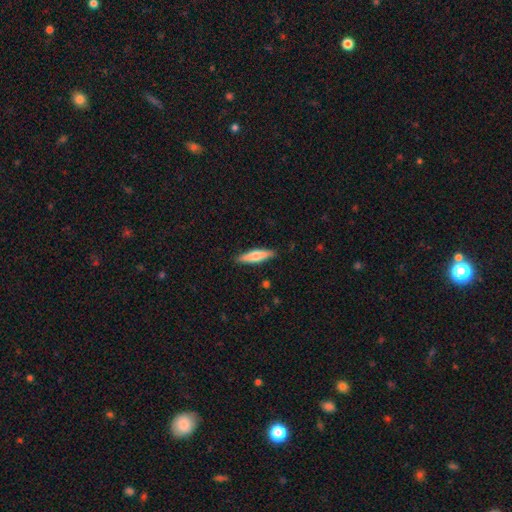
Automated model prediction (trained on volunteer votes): A smooth galaxy with no disk features (58%) that is cigar-shaped (75%). Merging: none (89%).